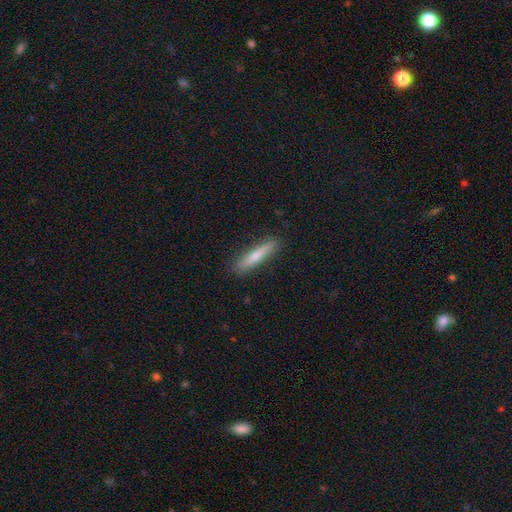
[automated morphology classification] Q: Smooth or featured?
A: smooth (69%); runner-up: featured or disk (25%)
Q: How rounded?
A: cigar-shaped (91%); runner-up: in between (8%)
Q: Merging?
A: none (89%); runner-up: minor disturbance (8%)